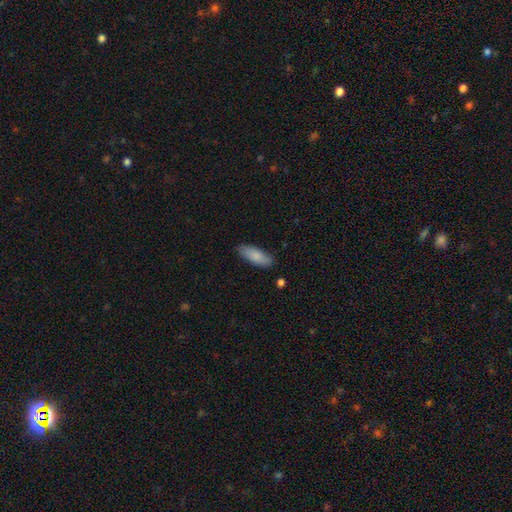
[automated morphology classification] type=smooth (84%); roundness=in between (69%); merging=none (82%).